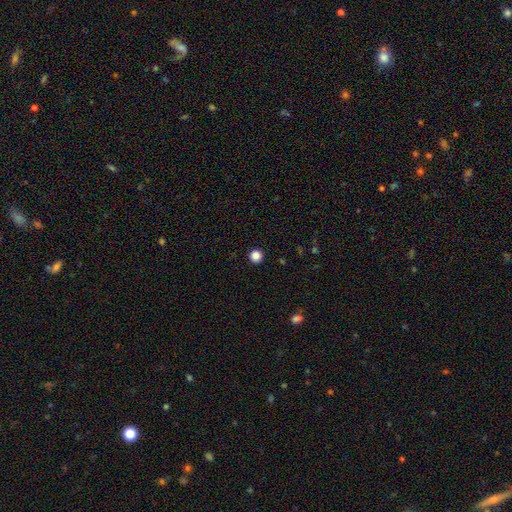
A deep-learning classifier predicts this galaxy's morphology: This appears to be a smooth galaxy with no disk features (86%) that is round (96%). Merging: none (94%).